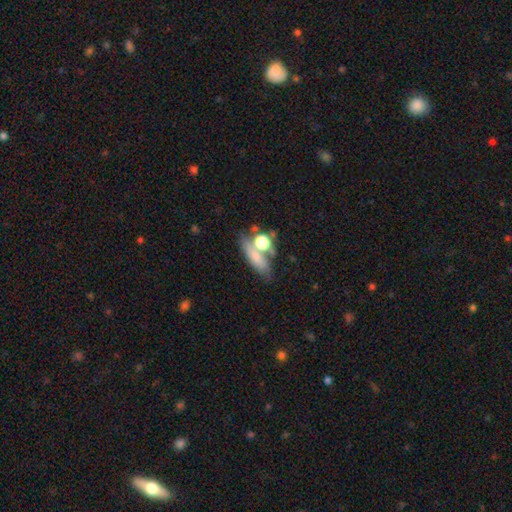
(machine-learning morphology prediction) Smooth or featured?
  - smooth: 67% *
  - featured or disk: 21%
  - star or artifact: 13%
How rounded?
  - in between: 53% *
  - cigar-shaped: 29%
  - round: 19%
Merging?
  - none: 48% *
  - merger: 26%
  - minor disturbance: 16%
  - major disturbance: 10%